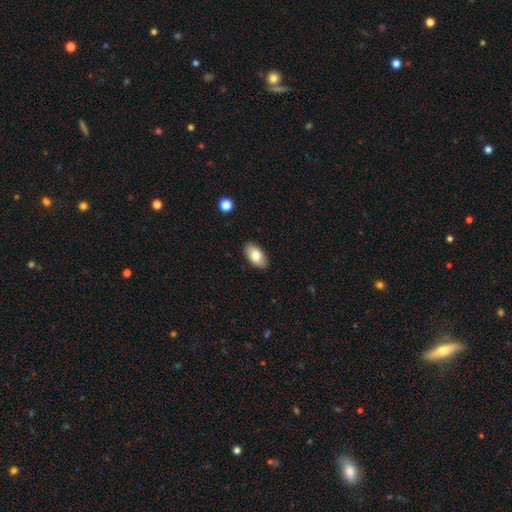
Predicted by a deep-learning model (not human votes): smooth 80%, featured or disk 13%, star or artifact 7%. Down the decision tree: how rounded — in between (95%); merging — none (88%).